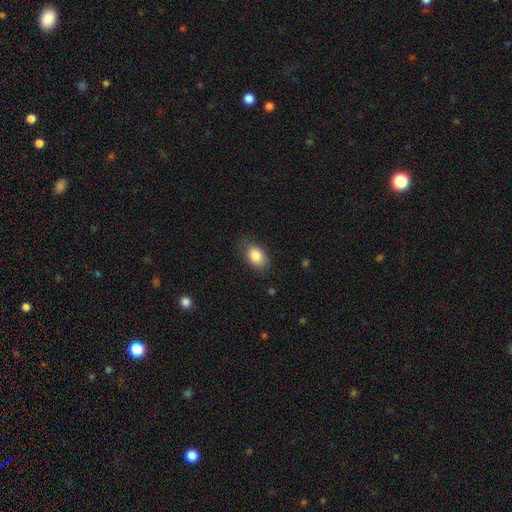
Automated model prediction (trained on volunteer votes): Smooth or featured? Predicted: smooth (p=0.86). How rounded? Predicted: in between (p=0.86). Merging? Predicted: none (p=0.77).